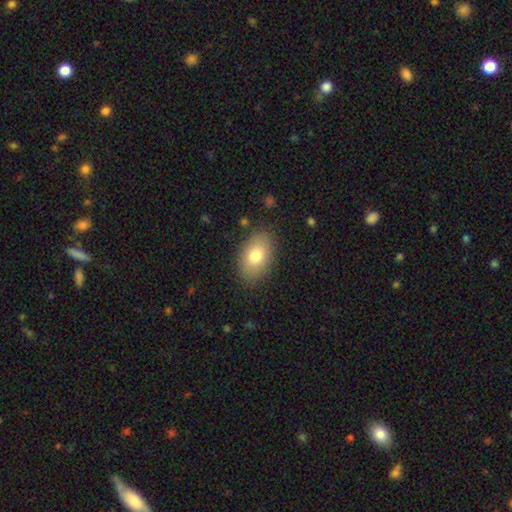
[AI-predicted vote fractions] Smooth or featured: smooth — 77% (featured or disk — 14%)
How rounded: in between — 87% (round — 12%)
Merging: none — 84% (minor disturbance — 11%)